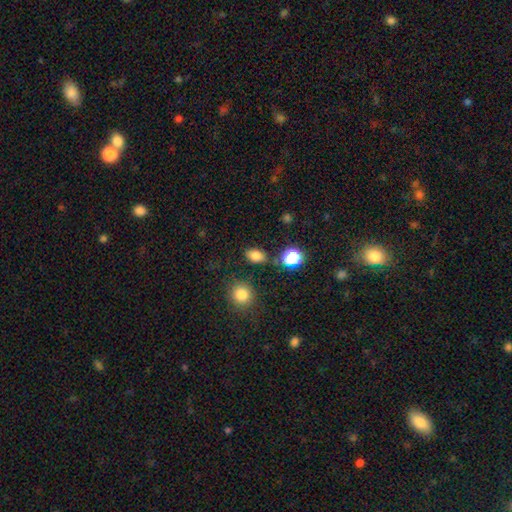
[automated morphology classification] Smooth or featured: smooth — 80% (star or artifact — 15%)
How rounded: in between — 77% (round — 21%)
Merging: none — 79% (minor disturbance — 13%)